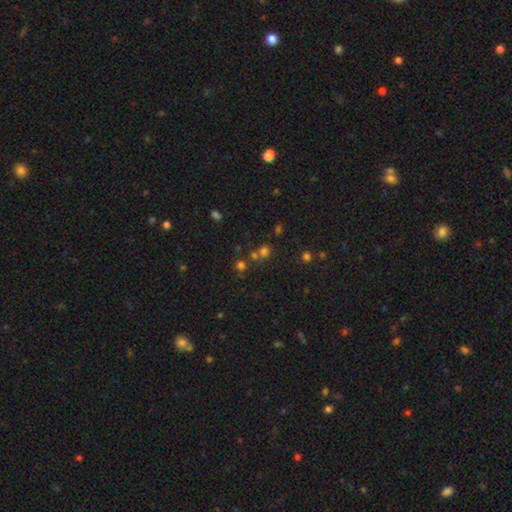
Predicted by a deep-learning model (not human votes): Smooth or featured? star or artifact (47%)